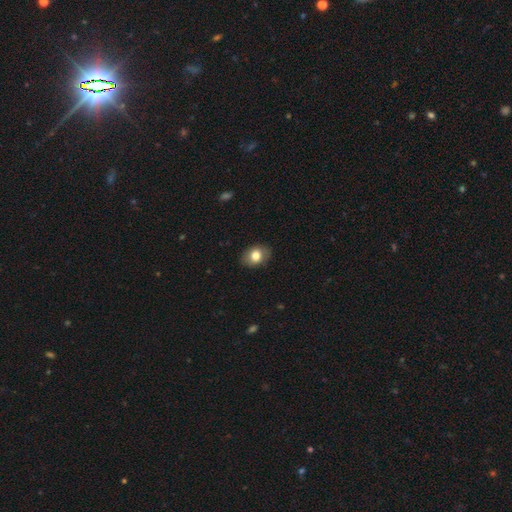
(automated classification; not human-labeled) This appears to be a smooth galaxy with no disk features (78%) that is in between round and cigar-shaped (69%). Merging: none (85%).